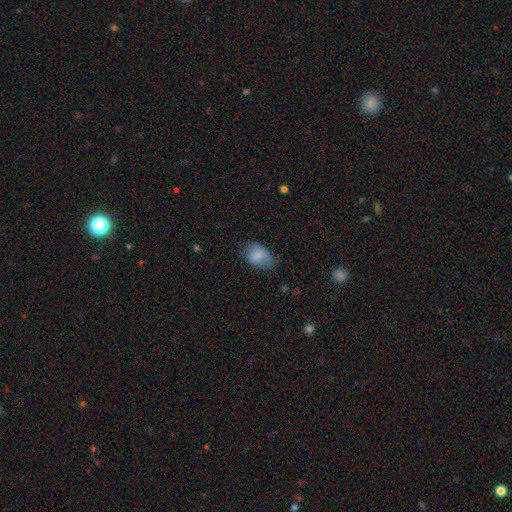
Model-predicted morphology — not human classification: This appears to be a smooth galaxy with no disk features (80%) that is in between round and cigar-shaped (83%). Merging: none (54%).